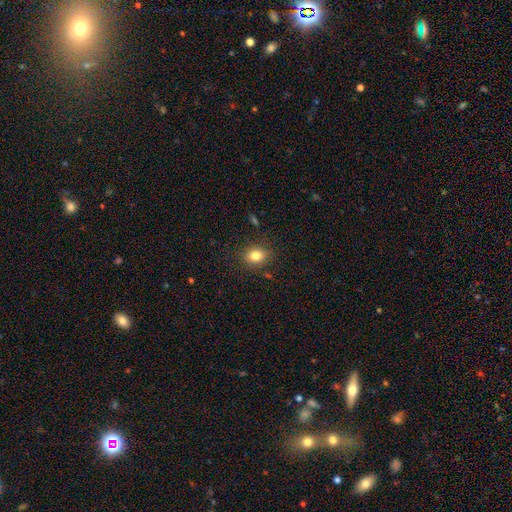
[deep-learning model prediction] Smooth or featured: smooth — 81% (star or artifact — 11%)
How rounded: in between — 52% (round — 47%)
Merging: none — 85% (minor disturbance — 11%)